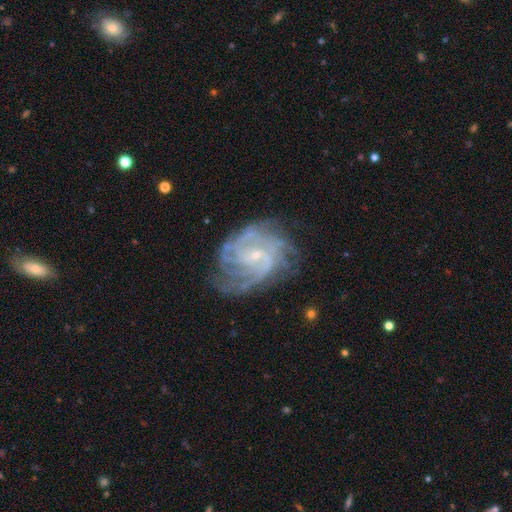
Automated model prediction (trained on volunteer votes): featured or disk 87%, star or artifact 7%, smooth 6%. Down the decision tree: edge-on disk — no (98%); bar — no (47%); spiral arms — yes (96%); spiral arm count — can't tell (30%); spiral winding — tight (53%); bulge size — small (80%); merging — none (69%).